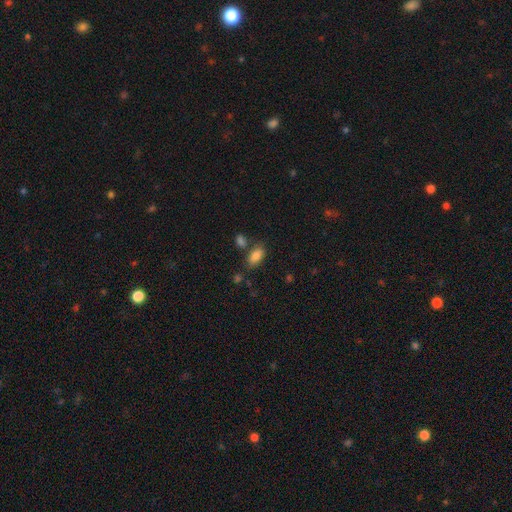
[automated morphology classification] Q: Smooth or featured?
A: smooth (85%); runner-up: star or artifact (9%)
Q: How rounded?
A: in between (91%); runner-up: round (5%)
Q: Merging?
A: none (66%); runner-up: minor disturbance (15%)